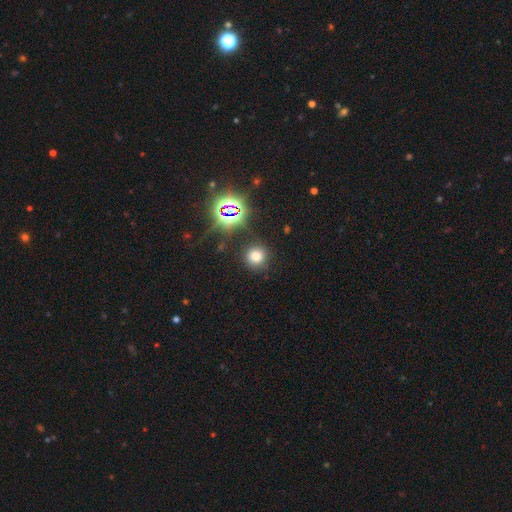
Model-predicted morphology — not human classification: smooth-or-featured: smooth: 69% | star or artifact: 23% | featured or disk: 7%
  how-rounded: round: 90% | in between: 9% | cigar-shaped: 1%
  merging: none: 85% | minor disturbance: 9% | major disturbance: 4% | merger: 2%